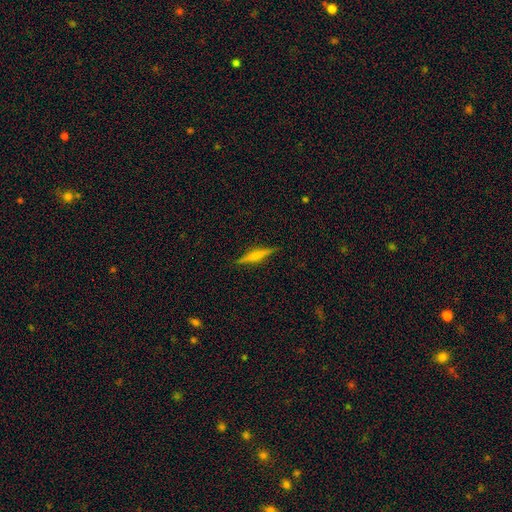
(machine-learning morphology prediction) Overall: featured or disk (55%; smooth 37%). Edge-on disk: yes (97%). Edge-on bulge: rounded (49%; none 27%). Merging: none (88%).